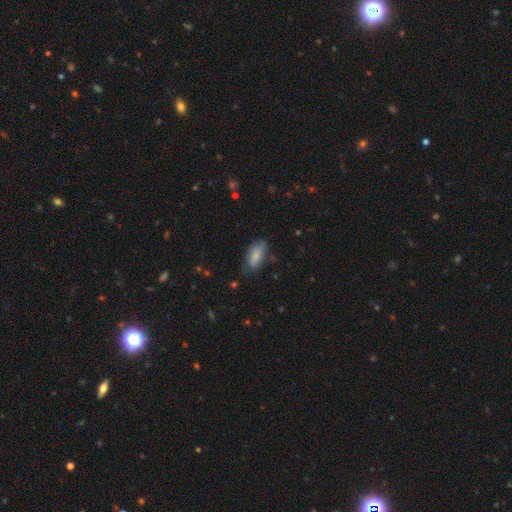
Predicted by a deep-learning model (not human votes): A smooth galaxy with no disk features (80%) that is in between round and cigar-shaped (91%). Merging: none (65%).